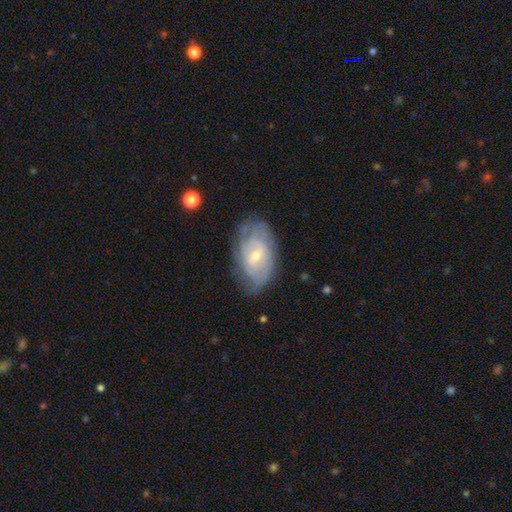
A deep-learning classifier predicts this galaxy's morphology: featured or disk 67%, smooth 26%, star or artifact 7%. Down the decision tree: edge-on disk — no (94%); bar — weak (47%); spiral arms — yes (78%); bulge size — small (59%); merging — none (67%).